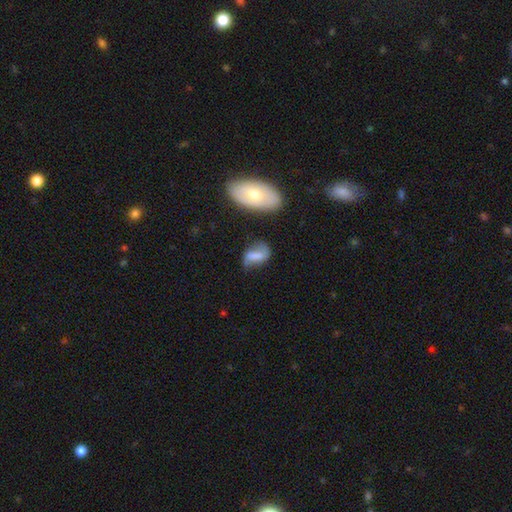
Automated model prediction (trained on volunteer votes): This appears to be a smooth galaxy with no disk features (52%) that is in between round and cigar-shaped (81%). Merging: none (46%).